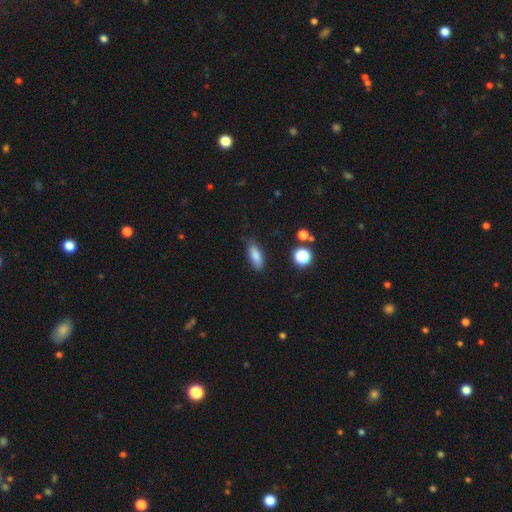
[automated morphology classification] Q: Smooth or featured?
A: smooth (82%); runner-up: star or artifact (9%)
Q: How rounded?
A: in between (74%); runner-up: cigar-shaped (22%)
Q: Merging?
A: none (77%); runner-up: minor disturbance (18%)